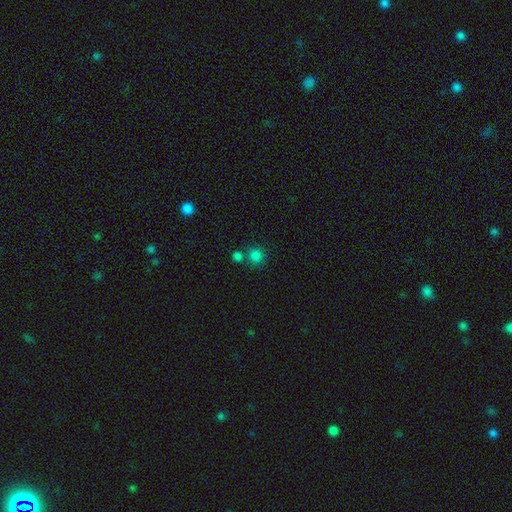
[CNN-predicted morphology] This is clearly a smooth galaxy (81%). How rounded: clearly round (90%). Merging: likely none (64%).